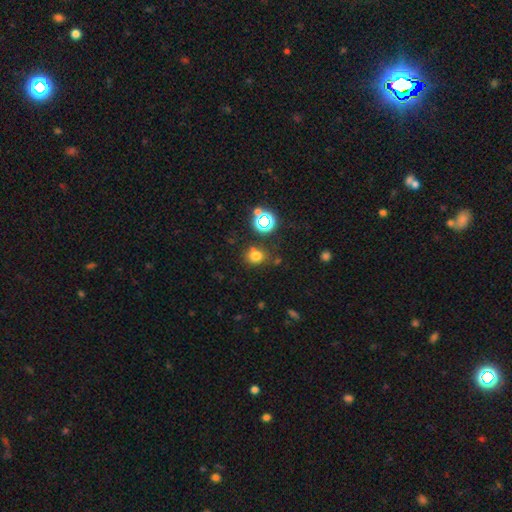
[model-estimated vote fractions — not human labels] The model was most divided on "how rounded": round: 71%, in between: 28%, cigar-shaped: 1%. More confident: merging — none (74%); smooth or featured — smooth (71%).